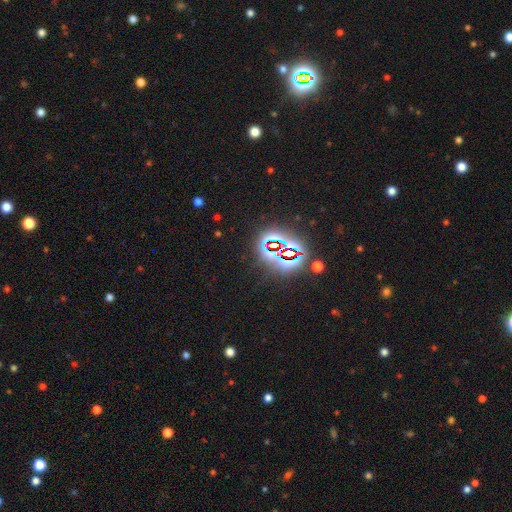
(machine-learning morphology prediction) type=star or artifact (80%).